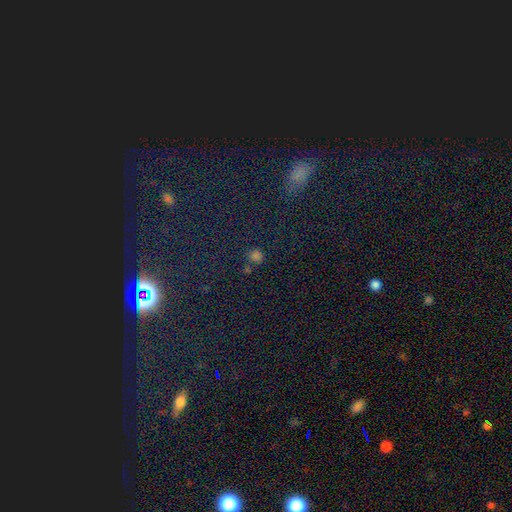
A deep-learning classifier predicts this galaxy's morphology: Smooth or featured? smooth (56%)
How rounded? round (77%)
Merging? none (74%)